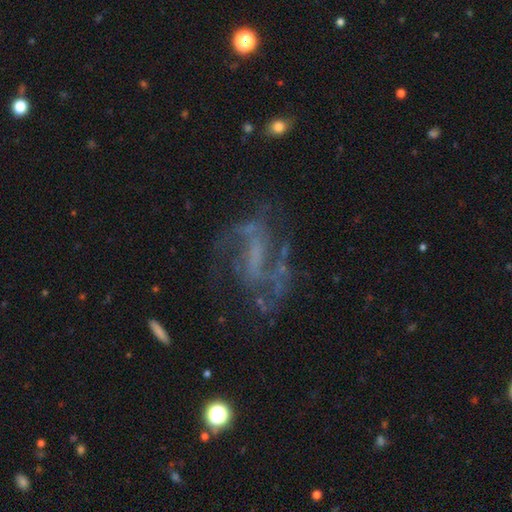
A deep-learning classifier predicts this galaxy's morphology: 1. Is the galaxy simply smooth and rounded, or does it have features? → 74% featured or disk, 15% star or artifact, 11% smooth.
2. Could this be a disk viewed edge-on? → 95% no, 5% yes.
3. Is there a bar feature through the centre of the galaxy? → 39% weak, 31% no, 30% strong.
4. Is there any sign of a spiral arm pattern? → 78% yes, 22% no.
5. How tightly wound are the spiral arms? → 43% medium, 37% loose, 20% tight.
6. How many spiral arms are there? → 58% 2, 23% can't tell, 7% 3, 6% 1, 3% 4, 3% more than 4.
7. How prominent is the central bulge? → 60% none, 24% small, 12% moderate, 3% large, 1% dominant.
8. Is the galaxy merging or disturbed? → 54% none, 24% major disturbance, 17% minor disturbance, 4% merger.